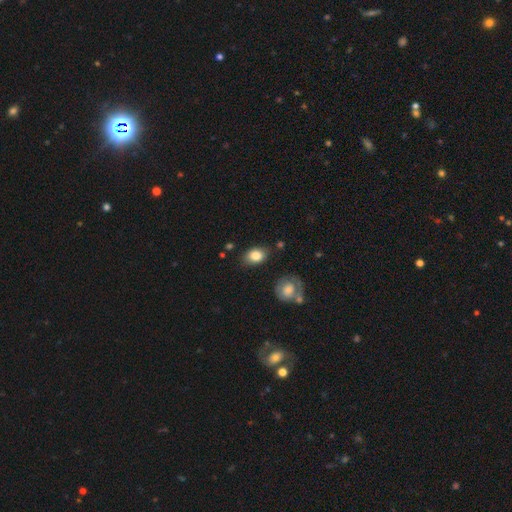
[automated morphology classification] Q: Smooth or featured?
A: smooth (84%); runner-up: featured or disk (9%)
Q: How rounded?
A: in between (77%); runner-up: round (22%)
Q: Merging?
A: none (77%); runner-up: minor disturbance (16%)